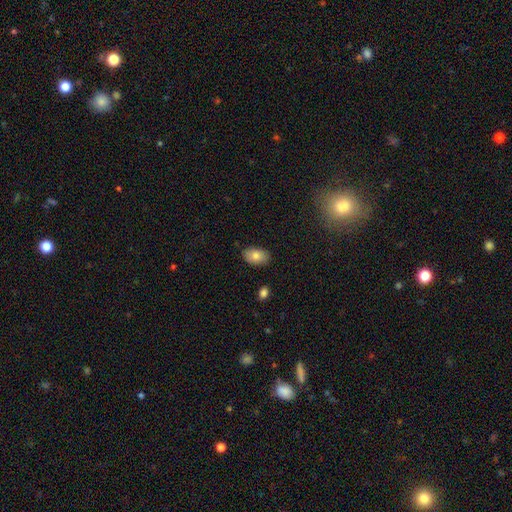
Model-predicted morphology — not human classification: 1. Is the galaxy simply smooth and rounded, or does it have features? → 81% smooth, 11% featured or disk, 7% star or artifact.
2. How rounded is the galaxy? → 91% in between, 8% round, 1% cigar-shaped.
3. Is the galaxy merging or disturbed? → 85% none, 12% minor disturbance, 2% major disturbance, 1% merger.